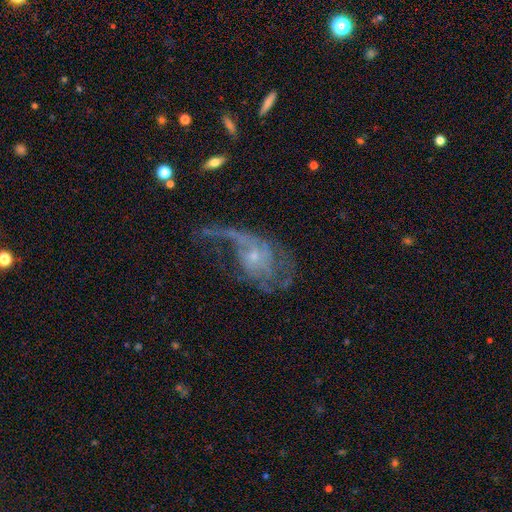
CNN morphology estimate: Smooth or featured? featured or disk (76%)
Edge-on disk? no (95%)
Bar? no (72%)
Spiral arms? yes (85%)
Spiral winding? loose (53%)
Spiral arm count? 2 (35%)
Bulge size? small (71%)
Merging? major disturbance (45%)